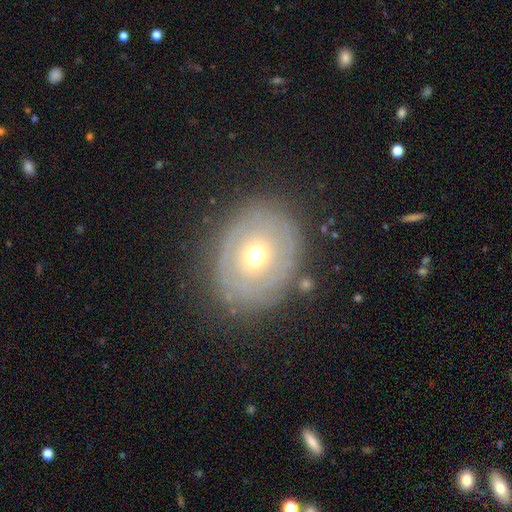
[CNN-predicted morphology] smooth-or-featured: featured or disk: 55% | smooth: 37% | star or artifact: 8%
  disk-edge-on: no: 94% | yes: 6%
    bar: no: 86% | weak: 11% | strong: 3%
    has-spiral-arms: no: 63% | yes: 37%
    bulge-size: moderate: 62% | small: 31% | large: 5% | dominant: 1% | none: 1%
  merging: none: 78% | minor disturbance: 15% | major disturbance: 6% | merger: 2%